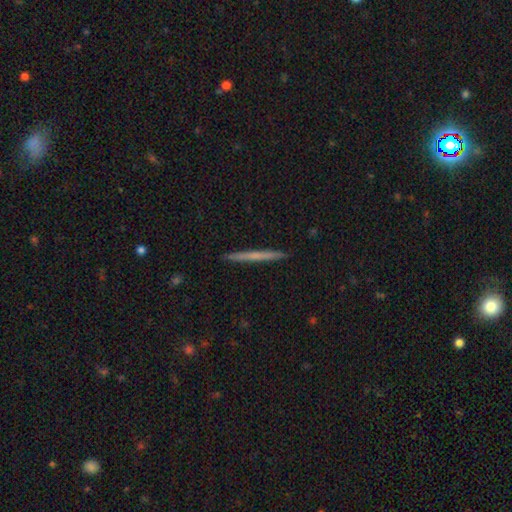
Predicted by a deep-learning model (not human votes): Morphology: type=smooth (52%); roundness=cigar-shaped (97%); merging=none (93%).